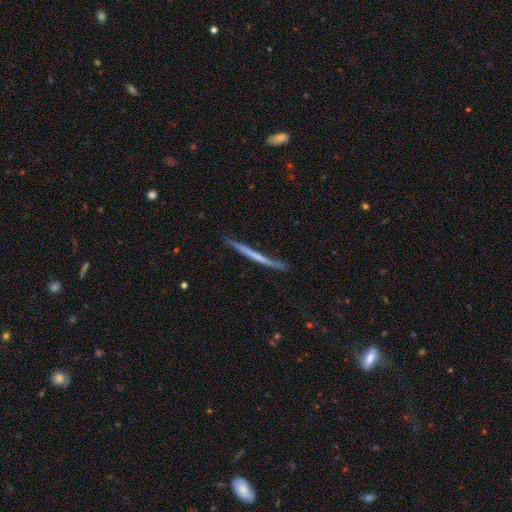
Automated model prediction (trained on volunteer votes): smooth_or_featured: featured or disk (p=0.55) [alt: smooth p=0.39]
disk_edge_on: yes (p=0.96) [alt: no p=0.04]
edge_on_bulge: none (p=0.88) [alt: rounded p=0.07]
merging: none (p=0.82) [alt: minor disturbance p=0.14]